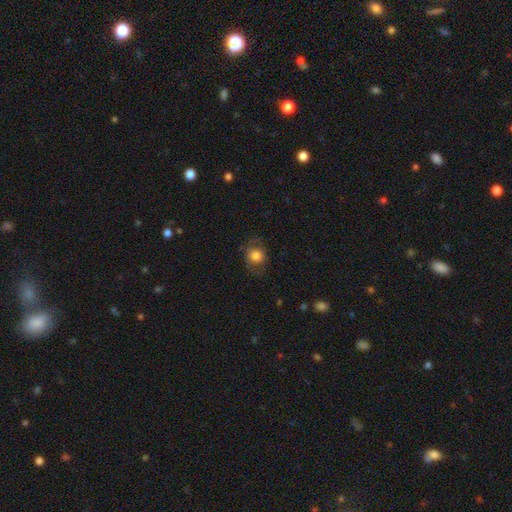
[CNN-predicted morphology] Q: Smooth or featured?
A: smooth (75%); runner-up: featured or disk (16%)
Q: How rounded?
A: round (72%); runner-up: in between (27%)
Q: Merging?
A: none (70%); runner-up: minor disturbance (19%)